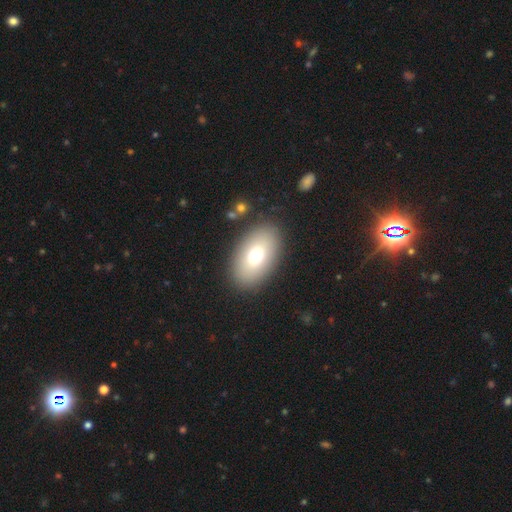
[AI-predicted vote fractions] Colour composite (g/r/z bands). It shows a smooth galaxy with no disk features (73%) that is in between round and cigar-shaped (90%). Merging: none (87%).